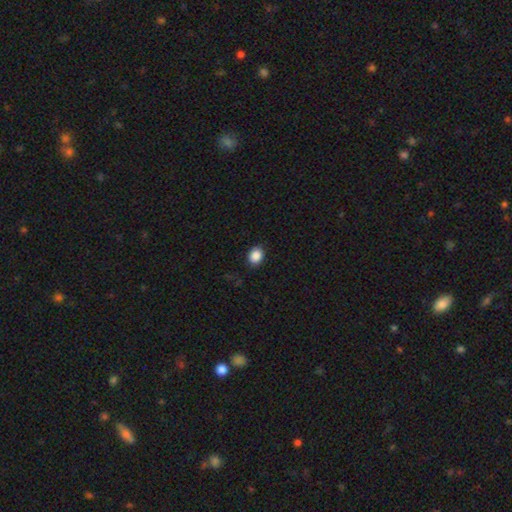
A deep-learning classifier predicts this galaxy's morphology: smooth-or-featured: smooth: 88% | star or artifact: 9% | featured or disk: 3%
  how-rounded: in between: 56% | round: 43% | cigar-shaped: 1%
  merging: none: 88% | minor disturbance: 9% | major disturbance: 2% | merger: 1%